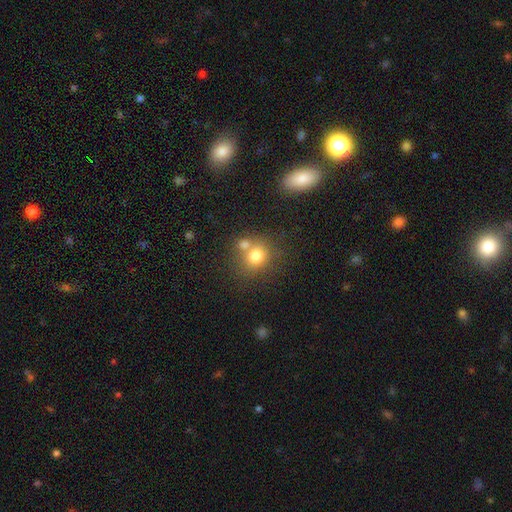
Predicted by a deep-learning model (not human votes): Smooth or featured? Predicted: smooth (p=0.77). How rounded? Predicted: round (p=0.74). Merging? Predicted: none (p=0.50).